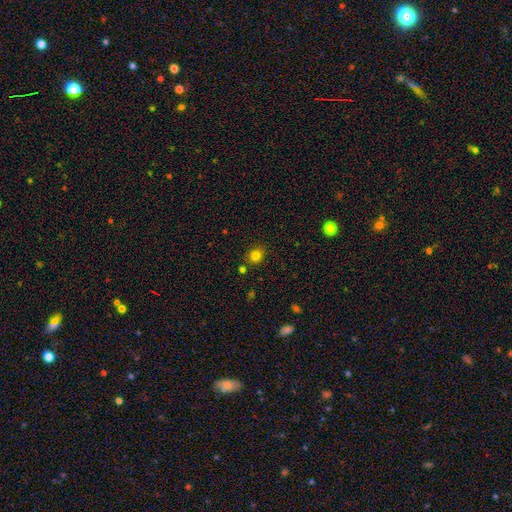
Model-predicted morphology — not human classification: This appears to be a smooth galaxy with no disk features (80%) that is round (77%). Merging: none (82%).